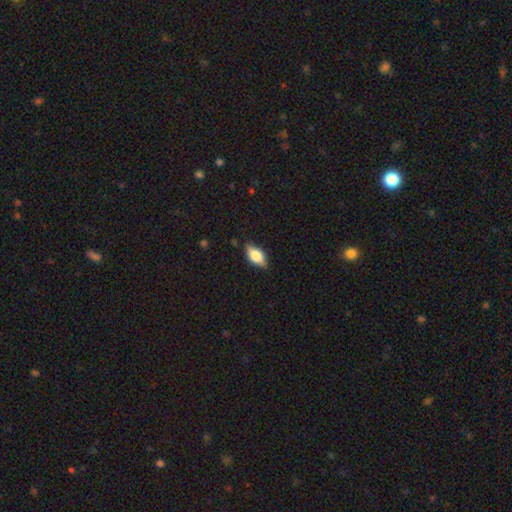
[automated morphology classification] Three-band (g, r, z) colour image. It shows a smooth galaxy with no disk features (57%) that is in between round and cigar-shaped (84%). Merging: none (81%).